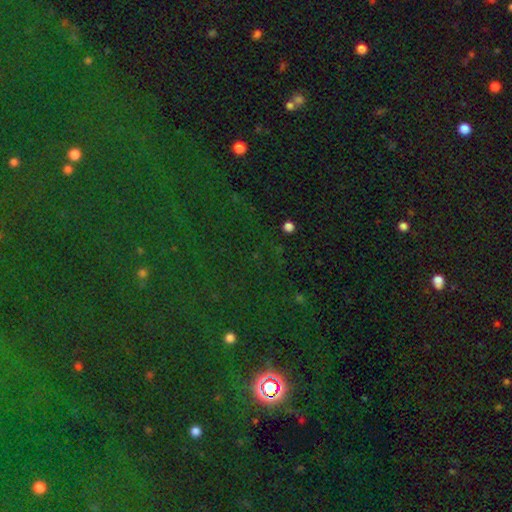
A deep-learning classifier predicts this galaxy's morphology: This is likely a star or artifact rather than a galaxy (80%).